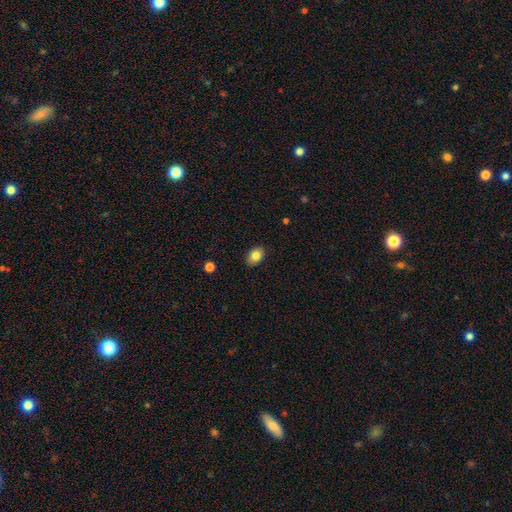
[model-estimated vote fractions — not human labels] Smooth or featured: smooth — 83% (star or artifact — 8%)
How rounded: in between — 81% (round — 18%)
Merging: none — 88% (minor disturbance — 9%)